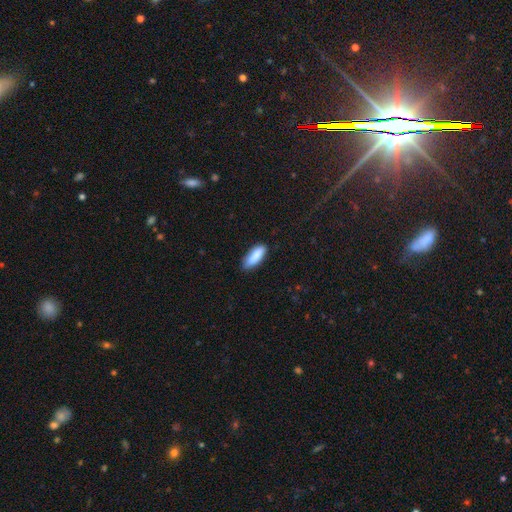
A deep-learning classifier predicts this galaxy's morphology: Overall: smooth (87%). How rounded: in between (67%; cigar-shaped 32%). Merging: none (78%).